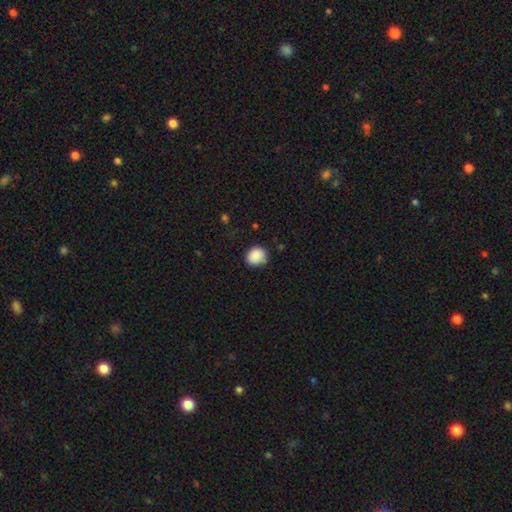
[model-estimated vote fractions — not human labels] Smooth or featured?
  - smooth: 88% *
  - star or artifact: 8%
  - featured or disk: 3%
How rounded?
  - round: 70% *
  - in between: 29%
  - cigar-shaped: 1%
Merging?
  - none: 79% *
  - minor disturbance: 16%
  - major disturbance: 3%
  - merger: 2%